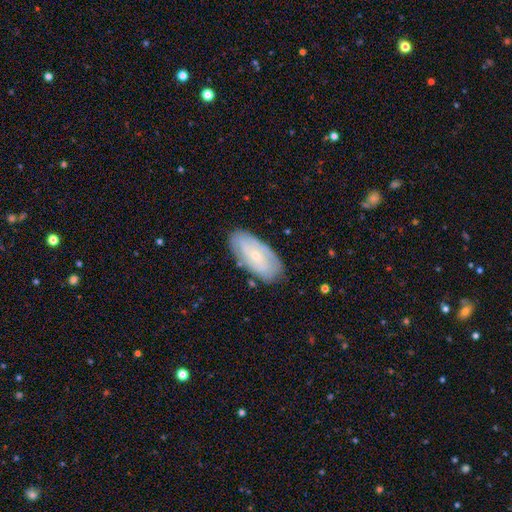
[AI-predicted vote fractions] Smooth or featured?
  - featured or disk: 58% *
  - smooth: 35%
  - star or artifact: 7%
Edge-on disk?
  - no: 90% *
  - yes: 10%
Bar?
  - no: 63% *
  - weak: 28%
  - strong: 9%
Spiral arms?
  - yes: 70% *
  - no: 30%
Bulge size?
  - small: 77% *
  - moderate: 19%
  - none: 2%
  - large: 1%
  - dominant: 1%
Merging?
  - none: 80% *
  - minor disturbance: 15%
  - major disturbance: 3%
  - merger: 2%